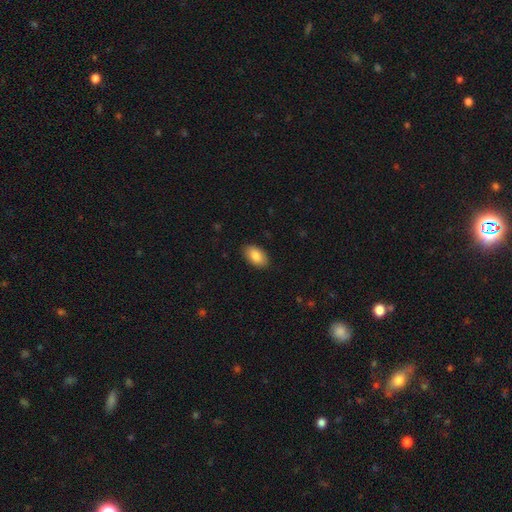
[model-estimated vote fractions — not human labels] A smooth galaxy with no disk features (86%) that is in between round and cigar-shaped (94%). Merging: none (88%).